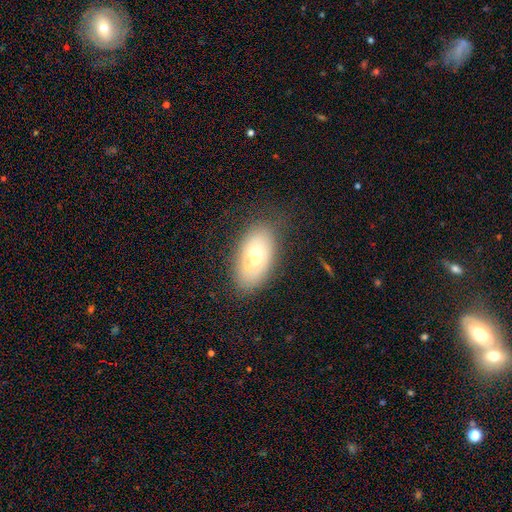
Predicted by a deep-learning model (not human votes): smooth-or-featured: smooth: 63% | featured or disk: 28% | star or artifact: 9%
  how-rounded: in between: 91% | round: 6% | cigar-shaped: 3%
  merging: none: 71% | minor disturbance: 19% | major disturbance: 6% | merger: 4%